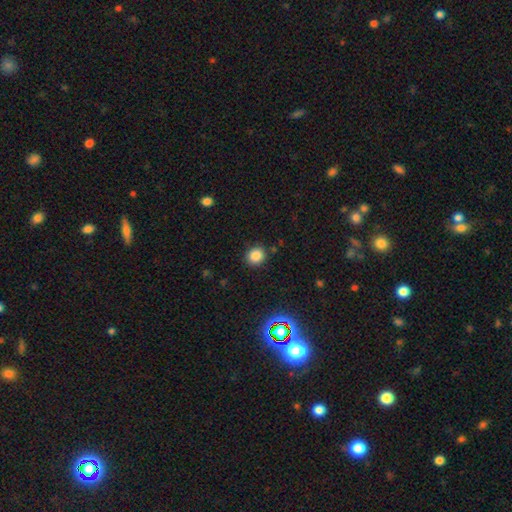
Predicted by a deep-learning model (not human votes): A smooth galaxy with no disk features (84%) that is round (83%). Merging: none (88%).